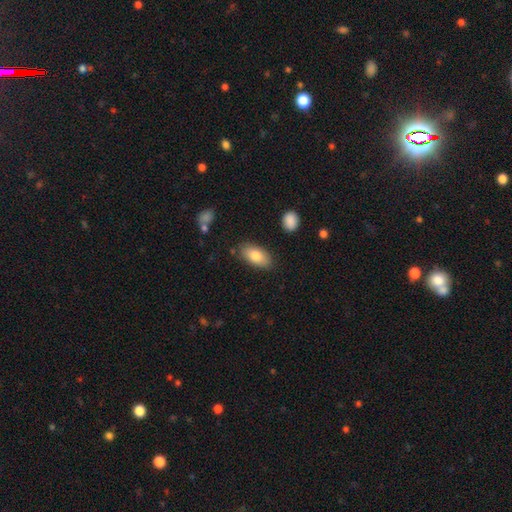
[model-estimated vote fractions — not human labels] Overall: smooth (81%). How rounded: in between (92%). Merging: none (83%).